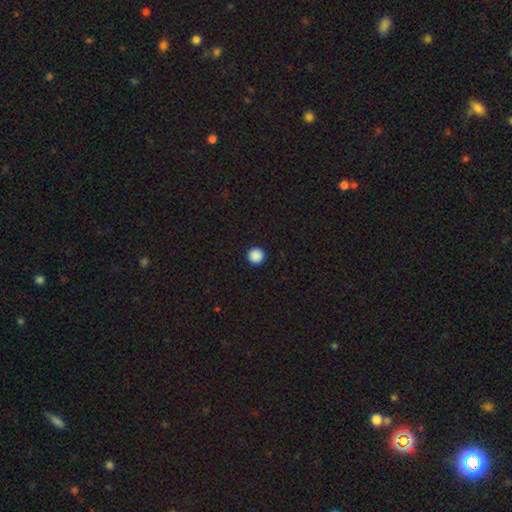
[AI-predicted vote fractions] Smooth or featured?
  - smooth: 88% *
  - star or artifact: 10%
  - featured or disk: 2%
How rounded?
  - round: 97% *
  - in between: 2%
  - cigar-shaped: 1%
Merging?
  - none: 94% *
  - minor disturbance: 4%
  - major disturbance: 1%
  - merger: 1%